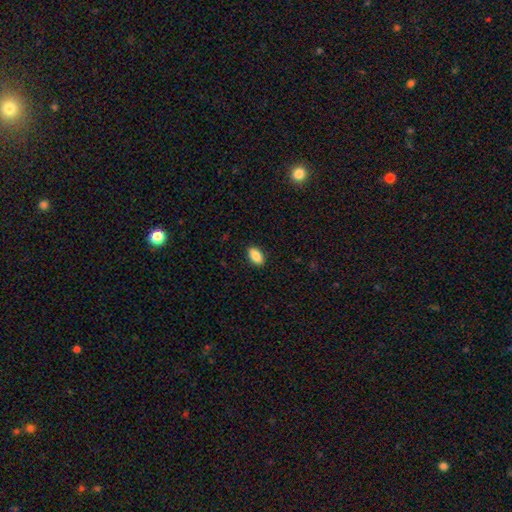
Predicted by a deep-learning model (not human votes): smooth-or-featured: smooth: 88% | star or artifact: 7% | featured or disk: 5%
  how-rounded: in between: 92% | round: 4% | cigar-shaped: 3%
  merging: none: 90% | minor disturbance: 8% | major disturbance: 2% | merger: 1%